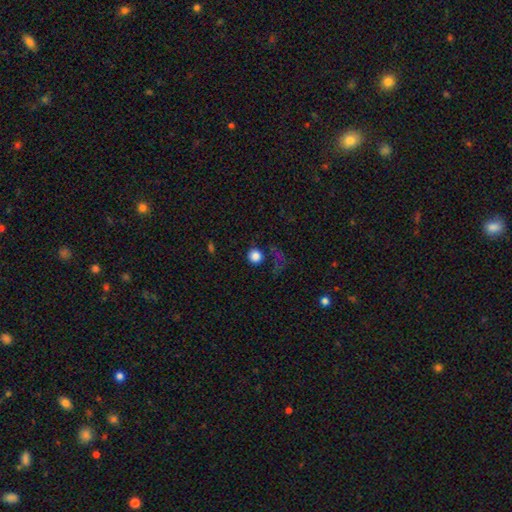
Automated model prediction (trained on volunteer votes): smooth_or_featured: smooth (p=0.82) [alt: star or artifact p=0.12]
how_rounded: round (p=0.93) [alt: in between p=0.06]
merging: none (p=0.71) [alt: major disturbance p=0.12]